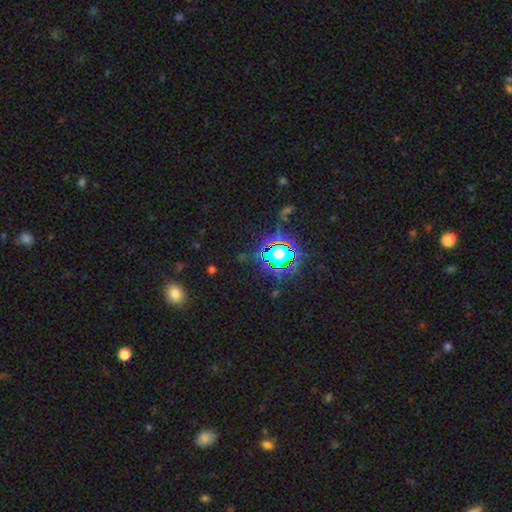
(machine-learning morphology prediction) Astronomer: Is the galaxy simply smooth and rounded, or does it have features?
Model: star or artifact — 75%.